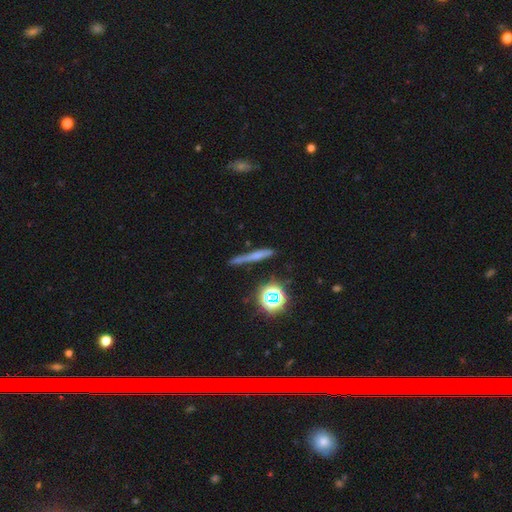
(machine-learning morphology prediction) Q: Smooth or featured?
A: smooth (48%); runner-up: featured or disk (34%)
Q: Merging?
A: none (77%); runner-up: minor disturbance (15%)